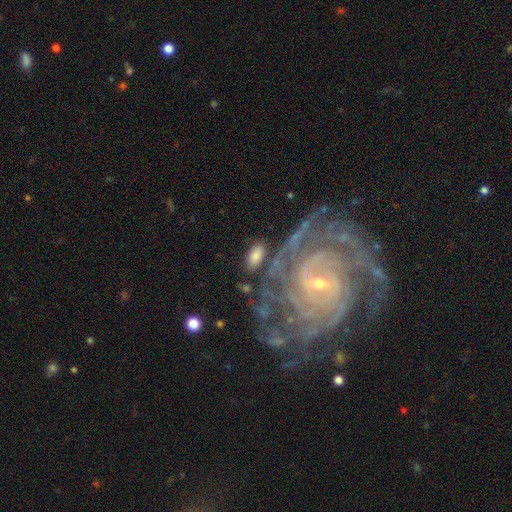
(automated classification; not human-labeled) Morphology: type=smooth (72%); roundness=in between (91%); merging=none (73%).